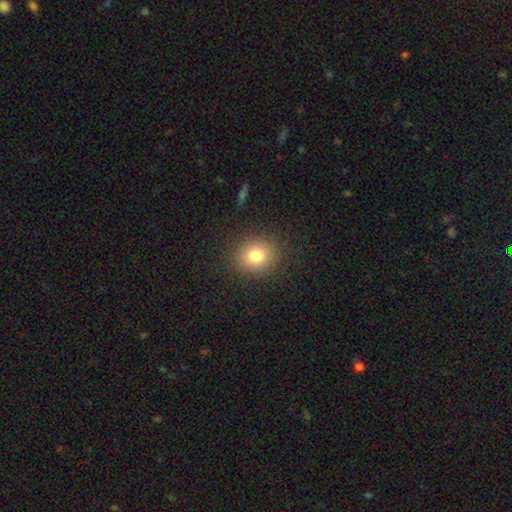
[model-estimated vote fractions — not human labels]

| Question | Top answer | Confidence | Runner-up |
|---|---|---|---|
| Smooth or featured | smooth | 79% | star or artifact (12%) |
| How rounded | round | 76% | in between (24%) |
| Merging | none | 88% | minor disturbance (8%) |